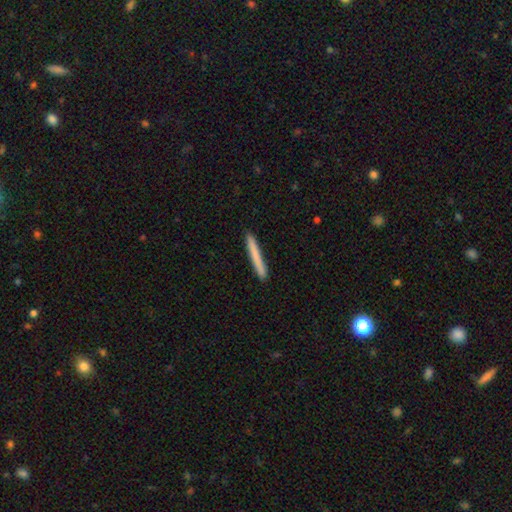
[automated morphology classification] This is likely a smooth galaxy (76%). How rounded: clearly cigar-shaped (97%). Merging: clearly none (92%).